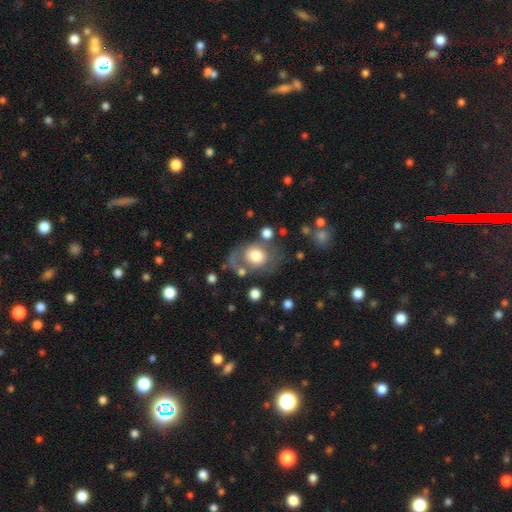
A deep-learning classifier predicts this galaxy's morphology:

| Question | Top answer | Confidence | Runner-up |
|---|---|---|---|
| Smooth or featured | smooth | 63% | featured or disk (28%) |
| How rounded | round | 59% | in between (40%) |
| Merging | none | 53% | minor disturbance (20%) |